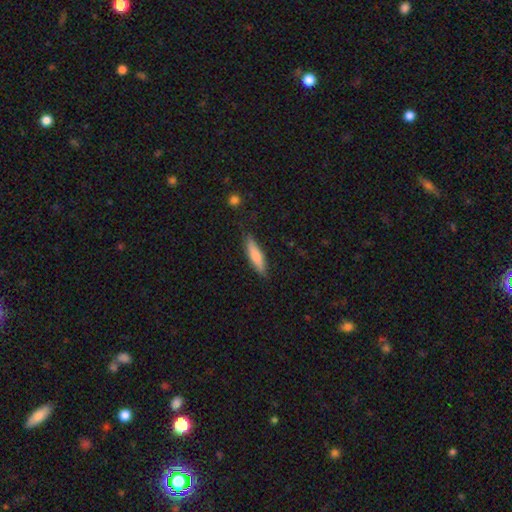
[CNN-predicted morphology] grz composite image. It shows a smooth galaxy with no disk features (79%) that is cigar-shaped (72%). Merging: none (83%).